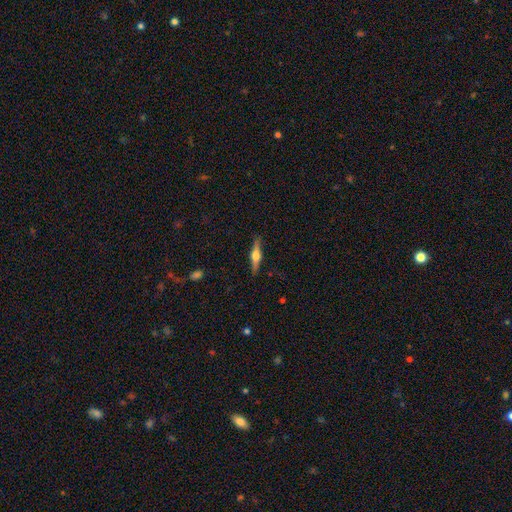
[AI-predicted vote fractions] A featured or disk galaxy (71%) viewed edge-on (97%) with a rounded central bulge (94%).

Vote fractions:
- Smooth or featured? featured or disk: 71% / smooth: 24% / star or artifact: 6%
- Edge-on disk? yes: 97% / no: 3%
- Edge-on bulge? rounded: 94% / boxy: 4% / none: 2%
- Merging? none: 90% / minor disturbance: 7% / major disturbance: 2% / merger: 1%